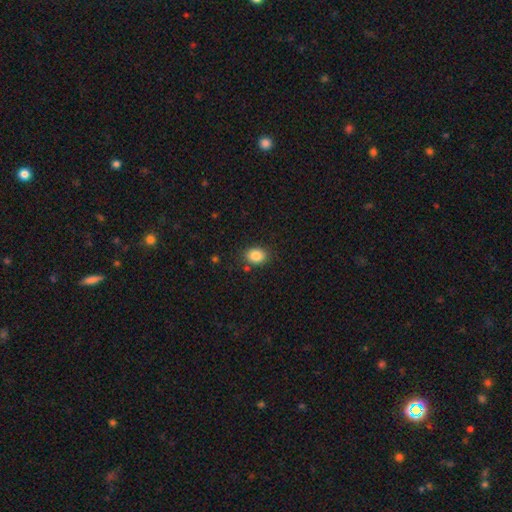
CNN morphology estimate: Q: Smooth or featured?
A: smooth (86%); runner-up: star or artifact (9%)
Q: How rounded?
A: in between (54%); runner-up: round (45%)
Q: Merging?
A: none (84%); runner-up: minor disturbance (11%)